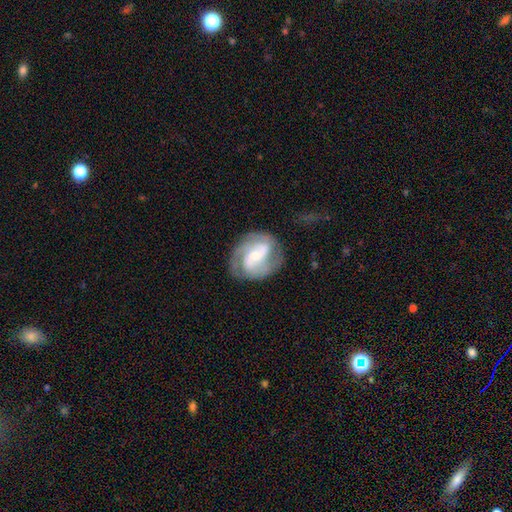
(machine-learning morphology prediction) Smooth or featured: featured or disk — 81% (smooth — 14%)
Edge-on disk: no — 97% (yes — 3%)
Bar: no — 42% (weak — 38%)
Spiral arms: yes — 93% (no — 7%)
Spiral winding: medium — 46% (tight — 38%)
Spiral arm count: 2 — 66% (3 — 13%)
Bulge size: small — 51% (moderate — 43%)
Merging: none — 71% (minor disturbance — 17%)